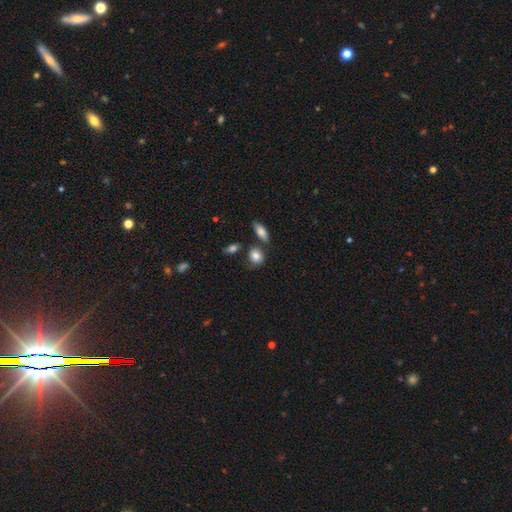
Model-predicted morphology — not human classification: A smooth galaxy with no disk features (84%) that is round (56%). Merging: none (66%).